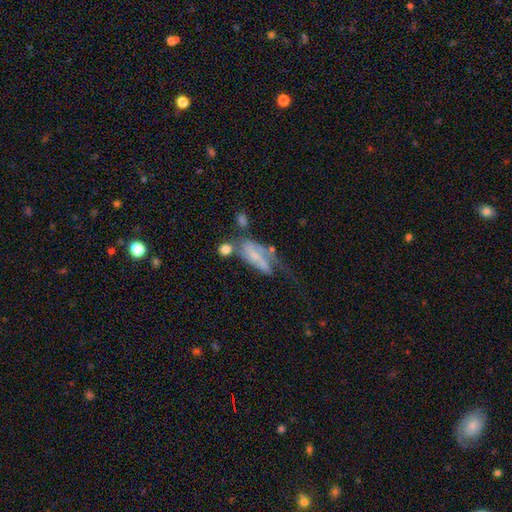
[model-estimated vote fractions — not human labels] Morphology: type=featured or disk (60%); edge-on=no (87%); bar=no (43%); spiral arms=yes (75%); bulge=small (49%); merging=major disturbance (37%).